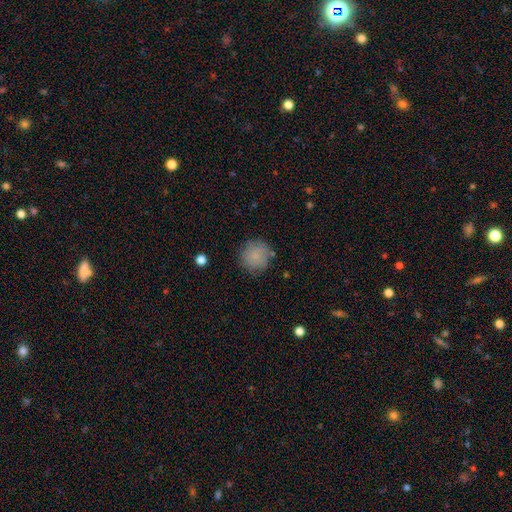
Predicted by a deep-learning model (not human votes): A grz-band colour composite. It shows a smooth galaxy with no disk features (84%) that is round (92%). Merging: none (81%).